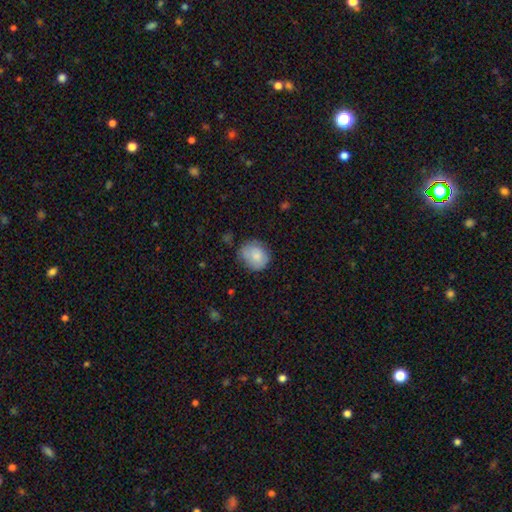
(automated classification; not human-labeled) This is likely a smooth galaxy (79%). How rounded: likely round (71%). Merging: likely none (66%).